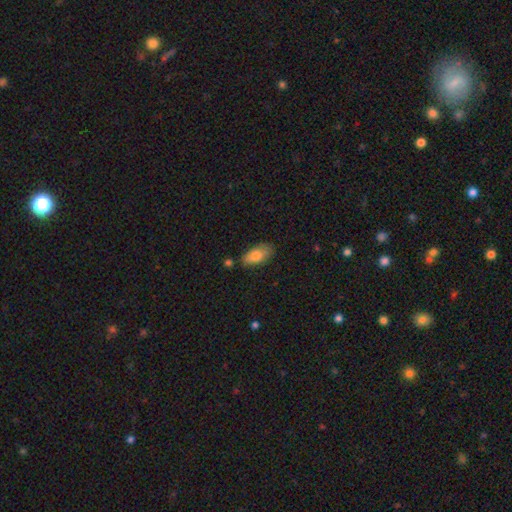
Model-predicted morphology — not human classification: Smooth or featured? Predicted: smooth (p=0.82). How rounded? Predicted: in between (p=0.88). Merging? Predicted: none (p=0.74).